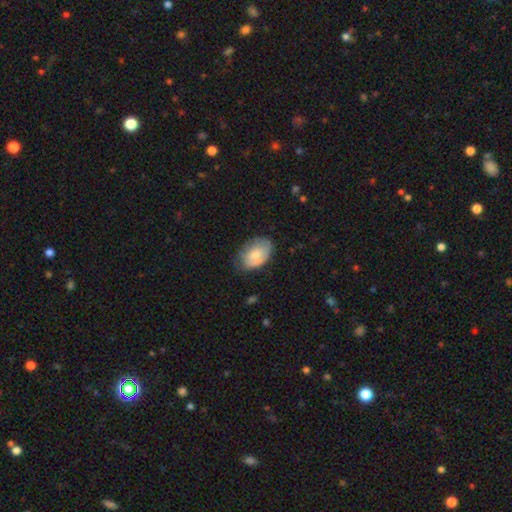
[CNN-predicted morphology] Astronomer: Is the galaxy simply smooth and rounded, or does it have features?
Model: smooth — 71%.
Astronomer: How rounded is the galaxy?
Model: in between — 87%.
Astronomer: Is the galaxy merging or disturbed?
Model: none — 59%.